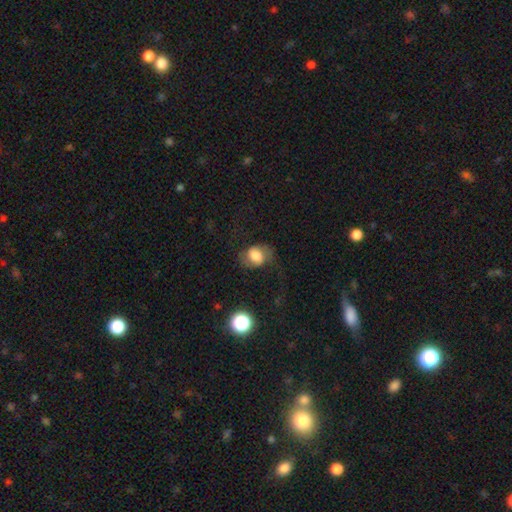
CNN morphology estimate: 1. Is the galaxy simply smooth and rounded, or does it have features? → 48% featured or disk, 42% smooth, 10% star or artifact.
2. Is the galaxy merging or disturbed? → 59% none, 20% major disturbance, 20% minor disturbance, 2% merger.